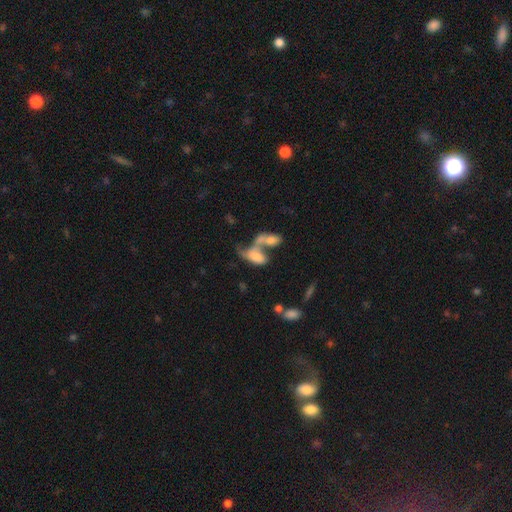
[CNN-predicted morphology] A smooth galaxy with no disk features (59%) that is in between round and cigar-shaped (88%). Merging: merger (63%).